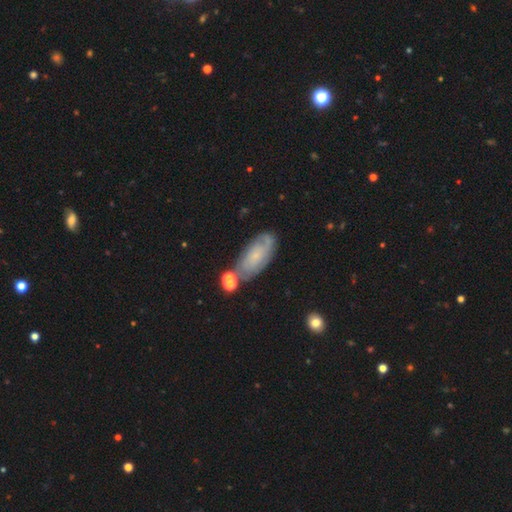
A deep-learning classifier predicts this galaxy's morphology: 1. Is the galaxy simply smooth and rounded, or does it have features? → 53% featured or disk, 38% smooth, 9% star or artifact.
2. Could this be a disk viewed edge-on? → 89% no, 11% yes.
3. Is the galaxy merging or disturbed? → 68% none, 18% minor disturbance, 9% merger, 5% major disturbance.